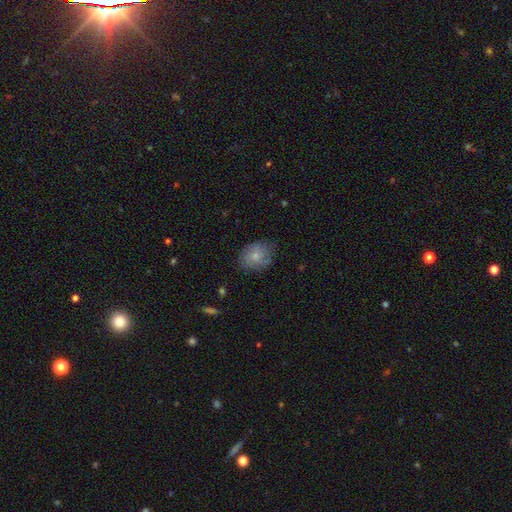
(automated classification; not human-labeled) Smooth or featured? Predicted: smooth (p=0.71). How rounded? Predicted: round (p=0.55). Merging? Predicted: none (p=0.70).